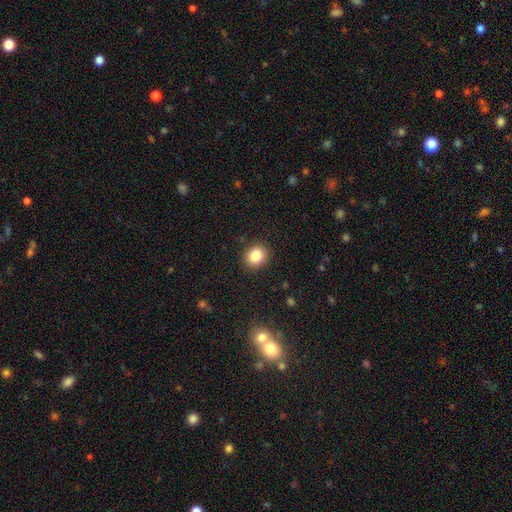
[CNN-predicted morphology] A smooth galaxy with no disk features (84%) that is round (66%).

Vote fractions:
- Smooth or featured? smooth: 84% / star or artifact: 10% / featured or disk: 6%
- How rounded? round: 66% / in between: 33% / cigar-shaped: 1%
- Merging? none: 90% / minor disturbance: 7% / major disturbance: 2% / merger: 1%